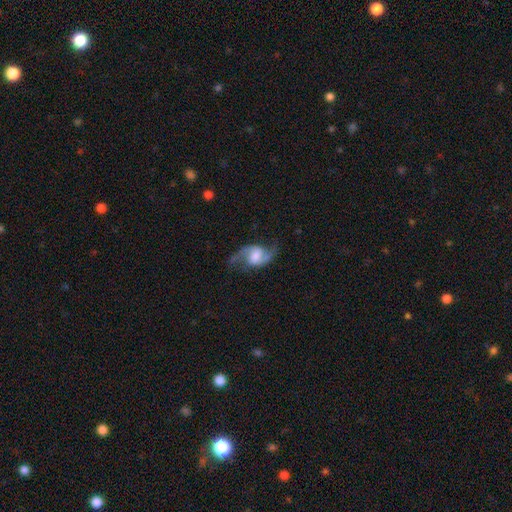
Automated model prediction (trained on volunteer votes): Smooth or featured? featured or disk (87%)
Edge-on disk? no (97%)
Bar? weak (46%)
Spiral arms? yes (97%)
Spiral winding? loose (52%)
Spiral arm count? 2 (94%)
Bulge size? moderate (36%)
Merging? none (77%)